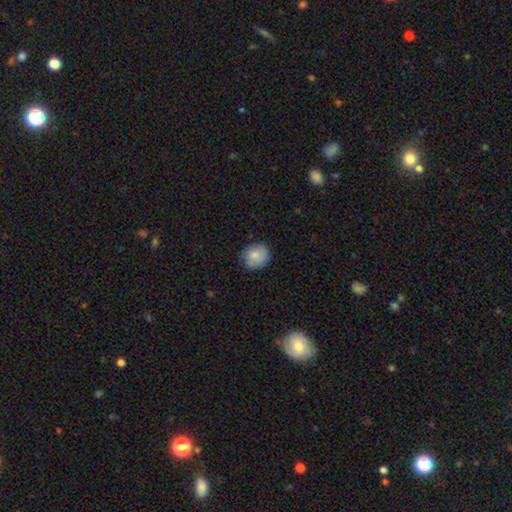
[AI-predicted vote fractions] This appears to be a smooth galaxy with no disk features (78%) that is round (75%). Merging: none (79%).